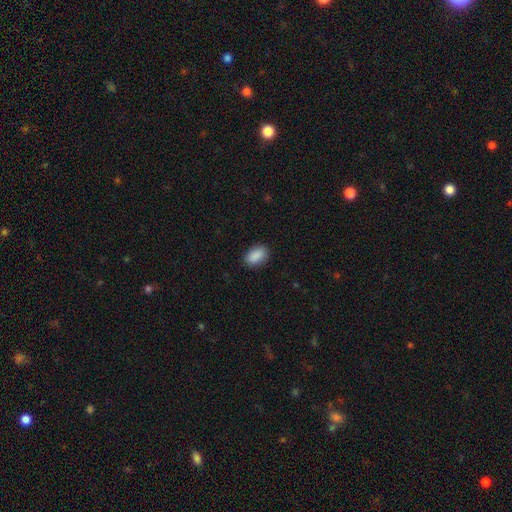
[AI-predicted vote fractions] This appears to be a smooth galaxy with no disk features (90%) that is in between round and cigar-shaped (91%). Merging: none (87%).